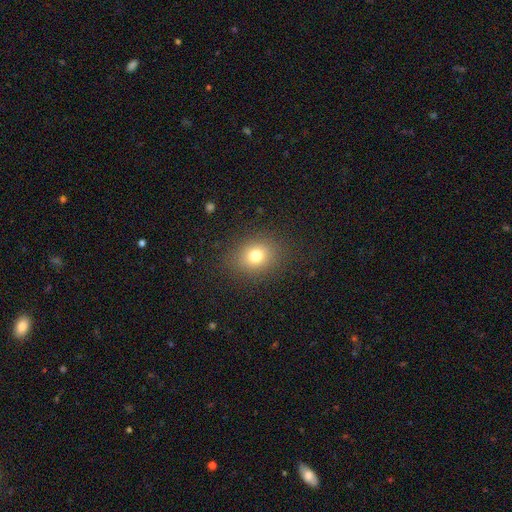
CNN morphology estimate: This appears to be a smooth galaxy with no disk features (75%) that is round (62%). Merging: none (86%).